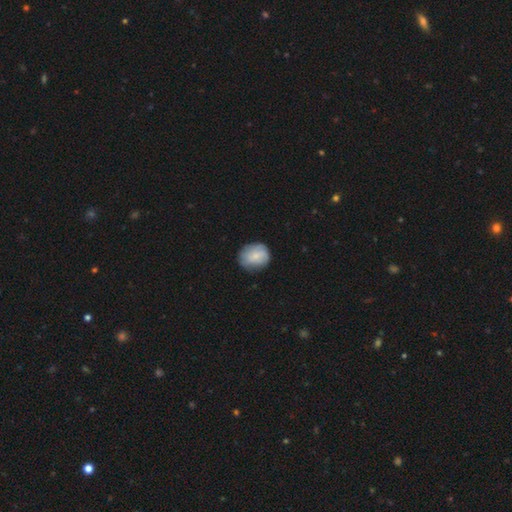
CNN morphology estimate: Smooth or featured?
  - smooth: 70% *
  - featured or disk: 23%
  - star or artifact: 7%
How rounded?
  - round: 65% *
  - in between: 34%
  - cigar-shaped: 1%
Merging?
  - none: 70% *
  - minor disturbance: 23%
  - major disturbance: 6%
  - merger: 1%